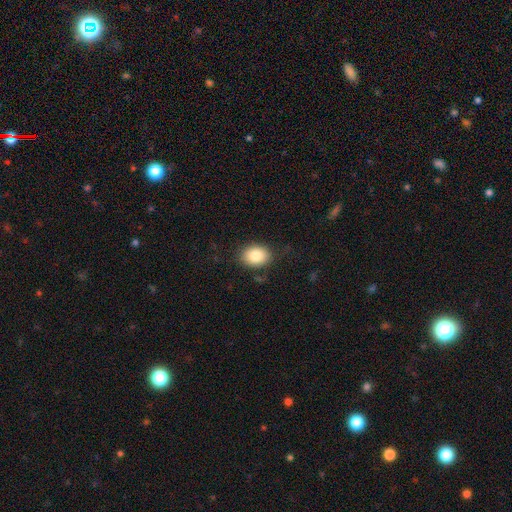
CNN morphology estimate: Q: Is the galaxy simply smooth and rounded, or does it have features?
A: smooth — 83%.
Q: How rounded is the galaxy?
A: in between — 65%.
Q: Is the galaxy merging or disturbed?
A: none — 82%.